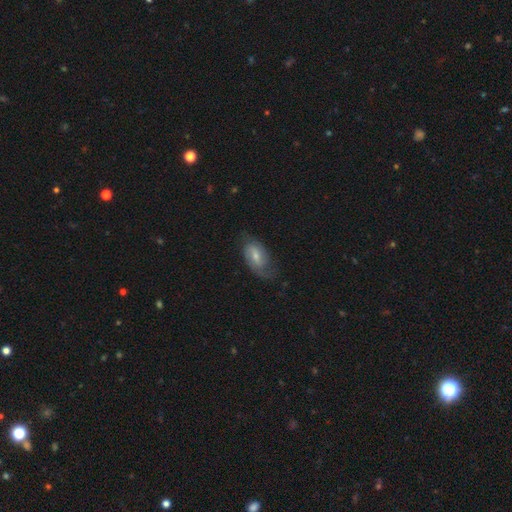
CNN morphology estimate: A featured or disk galaxy (50%).

Vote fractions:
- Smooth or featured? featured or disk: 50% / smooth: 43% / star or artifact: 7%
- Edge-on disk? no: 94% / yes: 6%
- Merging? none: 60% / minor disturbance: 26% / major disturbance: 13% / merger: 1%